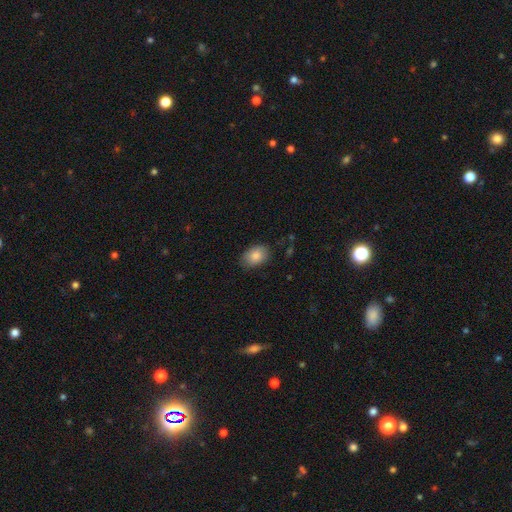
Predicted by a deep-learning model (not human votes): smooth 85%, featured or disk 7%, star or artifact 7%. Down the decision tree: how rounded — in between (79%); merging — none (81%).